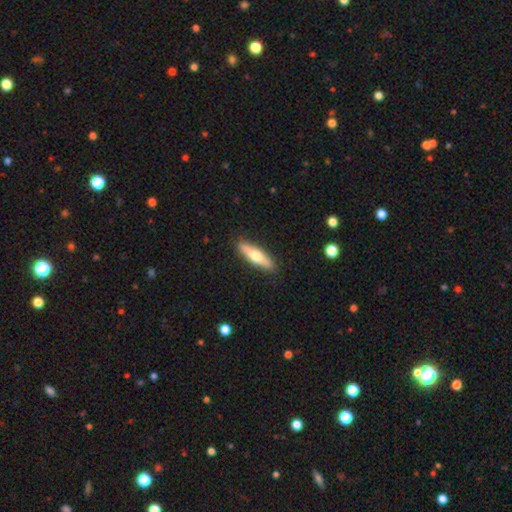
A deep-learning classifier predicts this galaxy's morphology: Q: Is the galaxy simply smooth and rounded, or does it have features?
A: smooth — 50%.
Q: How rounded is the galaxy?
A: cigar-shaped — 72%.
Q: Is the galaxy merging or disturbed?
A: none — 89%.